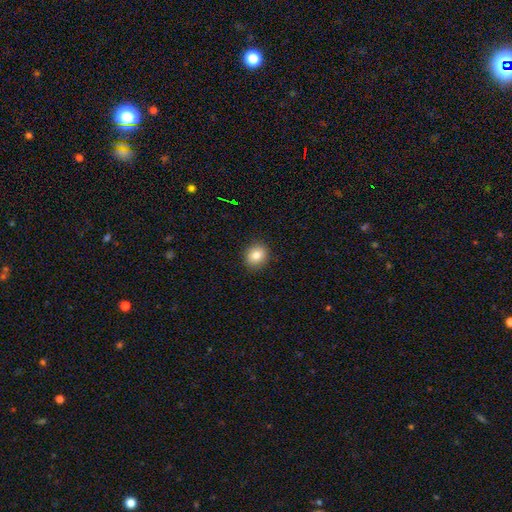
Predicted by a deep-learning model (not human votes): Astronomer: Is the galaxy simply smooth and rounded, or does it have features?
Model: smooth — 82%.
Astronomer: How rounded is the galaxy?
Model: round — 71%.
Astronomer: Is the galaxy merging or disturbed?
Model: none — 90%.